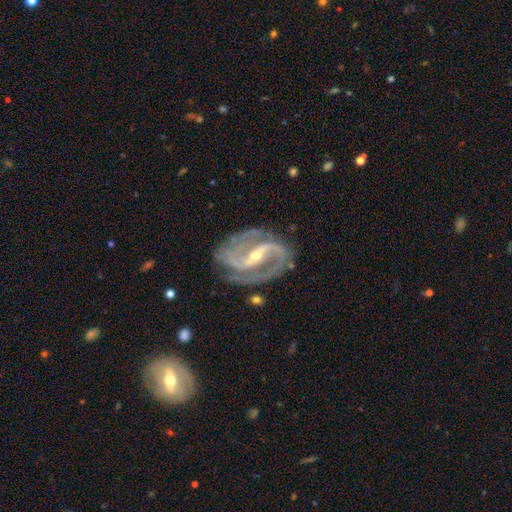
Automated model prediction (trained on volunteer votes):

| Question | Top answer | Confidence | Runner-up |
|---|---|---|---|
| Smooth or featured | featured or disk | 93% | star or artifact (5%) |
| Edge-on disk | no | 97% | yes (3%) |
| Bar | strong | 61% | weak (29%) |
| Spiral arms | yes | 98% | no (2%) |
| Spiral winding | medium | 56% | tight (25%) |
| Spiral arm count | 2 | 84% | 3 (7%) |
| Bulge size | small | 61% | moderate (36%) |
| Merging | none | 74% | minor disturbance (17%) |